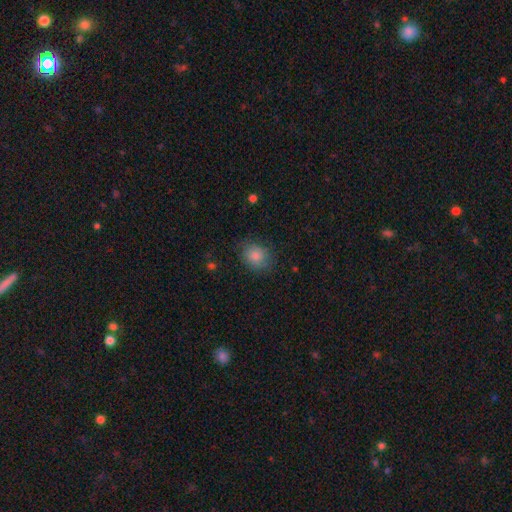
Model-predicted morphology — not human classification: A smooth galaxy with no disk features (84%) that is round (57%).

Vote fractions:
- Smooth or featured? smooth: 84% / star or artifact: 8% / featured or disk: 7%
- How rounded? round: 57% / in between: 42% / cigar-shaped: 1%
- Merging? none: 76% / minor disturbance: 17% / major disturbance: 6% / merger: 1%